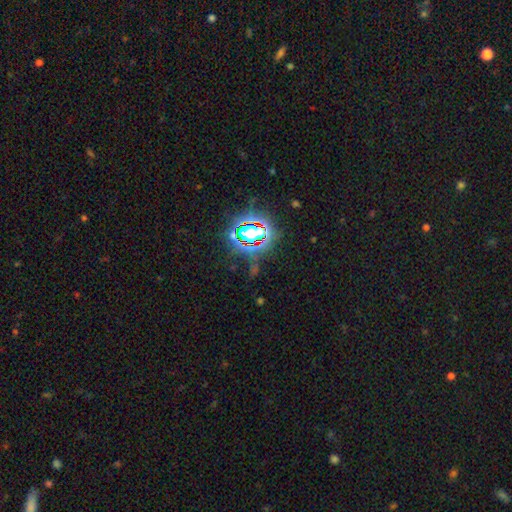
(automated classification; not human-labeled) Q: Smooth or featured?
A: star or artifact (82%); runner-up: smooth (10%)